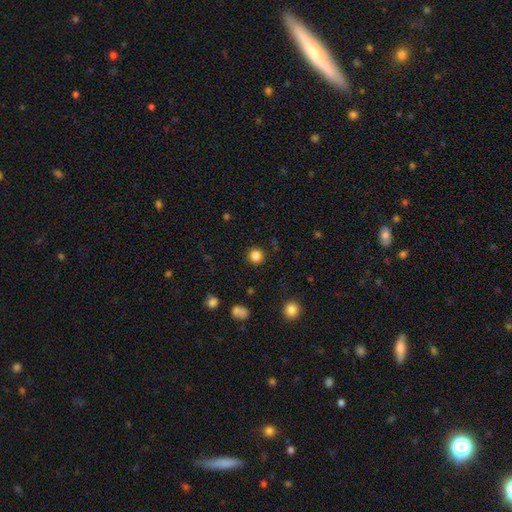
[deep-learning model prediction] Morphology: type=smooth (83%); roundness=round (94%); merging=none (91%).